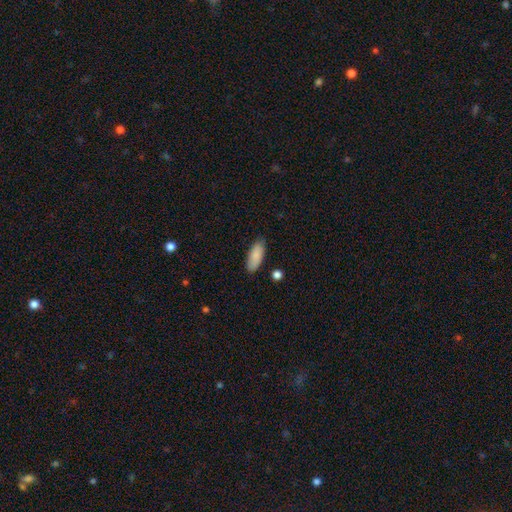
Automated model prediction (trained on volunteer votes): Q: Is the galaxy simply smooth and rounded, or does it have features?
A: smooth — 87%.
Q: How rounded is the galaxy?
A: in between — 80%.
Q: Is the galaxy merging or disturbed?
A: none — 82%.